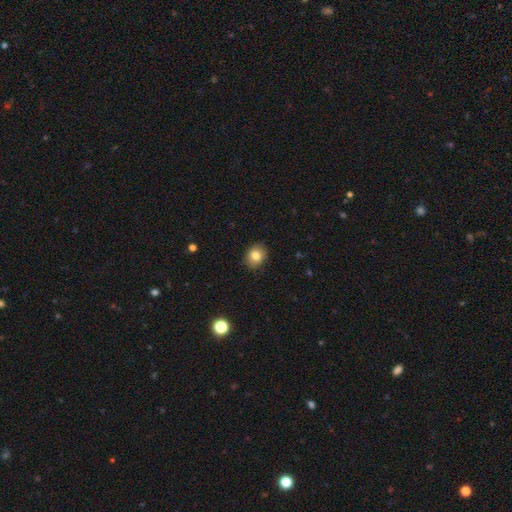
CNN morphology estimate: A smooth galaxy with no disk features (82%) that is in between round and cigar-shaped (50%).

Vote fractions:
- Smooth or featured? smooth: 82% / star or artifact: 10% / featured or disk: 9%
- How rounded? in between: 50% / round: 49% / cigar-shaped: 1%
- Merging? none: 88% / minor disturbance: 9% / major disturbance: 2% / merger: 1%